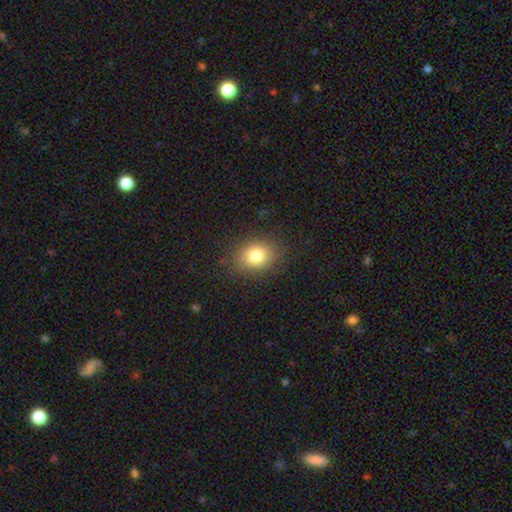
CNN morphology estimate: Smooth or featured?
  - smooth: 81% *
  - star or artifact: 11%
  - featured or disk: 8%
How rounded?
  - in between: 52% *
  - round: 47%
  - cigar-shaped: 1%
Merging?
  - none: 86% *
  - minor disturbance: 10%
  - major disturbance: 4%
  - merger: 1%